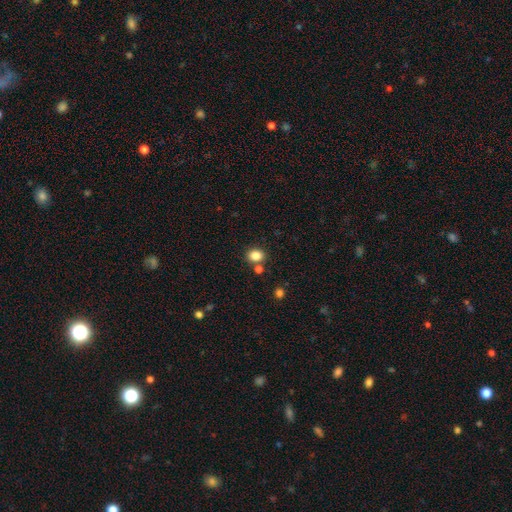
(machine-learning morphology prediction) This appears to be a smooth galaxy with no disk features (83%) that is round (65%). Merging: none (78%).